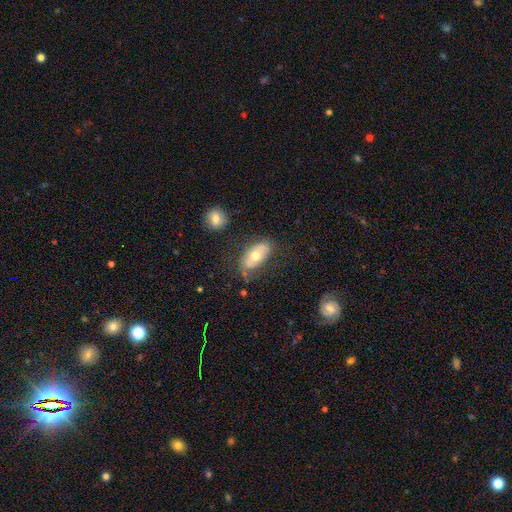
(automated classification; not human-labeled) Smooth or featured: smooth — 59% (featured or disk — 34%)
How rounded: in between — 91% (cigar-shaped — 5%)
Merging: none — 67% (minor disturbance — 21%)